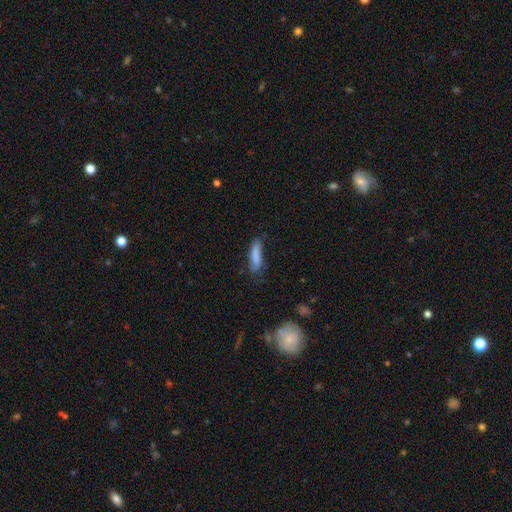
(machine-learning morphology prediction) Q: Smooth or featured?
A: smooth (80%); runner-up: featured or disk (12%)
Q: How rounded?
A: cigar-shaped (61%); runner-up: in between (37%)
Q: Merging?
A: none (59%); runner-up: minor disturbance (28%)